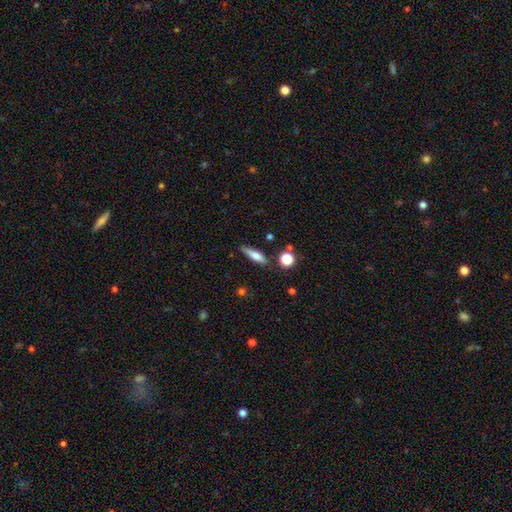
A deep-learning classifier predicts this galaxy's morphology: Smooth or featured?
  - smooth: 61% *
  - featured or disk: 31%
  - star or artifact: 8%
How rounded?
  - cigar-shaped: 68% *
  - in between: 28%
  - round: 4%
Merging?
  - none: 78% *
  - minor disturbance: 14%
  - merger: 4%
  - major disturbance: 3%